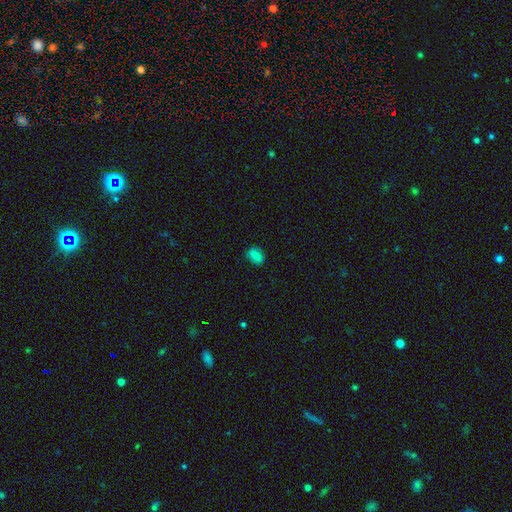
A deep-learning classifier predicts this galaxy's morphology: Smooth or featured: smooth — 80% (star or artifact — 12%)
How rounded: in between — 74% (round — 24%)
Merging: none — 83% (minor disturbance — 14%)